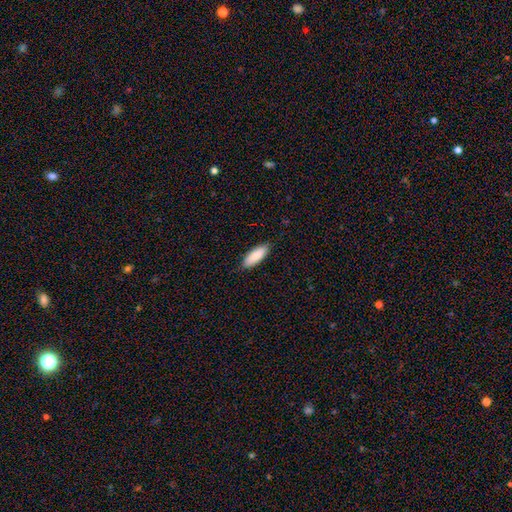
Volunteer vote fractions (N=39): Smooth or featured? smooth (92%)
How rounded? in between (64%)
Merging? none (84%)